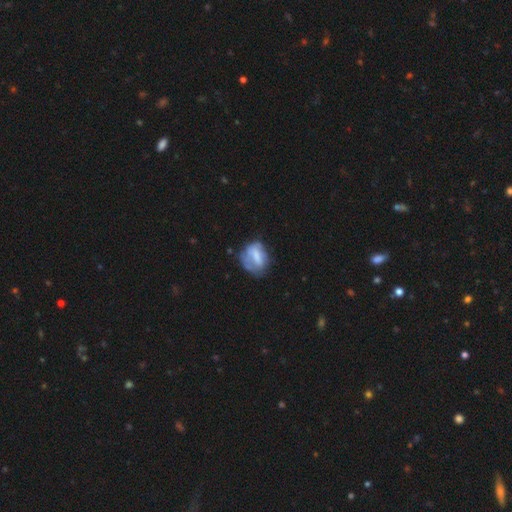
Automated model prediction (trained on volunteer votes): A smooth galaxy with no disk features (49%).

Vote fractions:
- Smooth or featured? smooth: 49% / featured or disk: 42% / star or artifact: 9%
- Merging? none: 44% / minor disturbance: 29% / major disturbance: 22% / merger: 4%